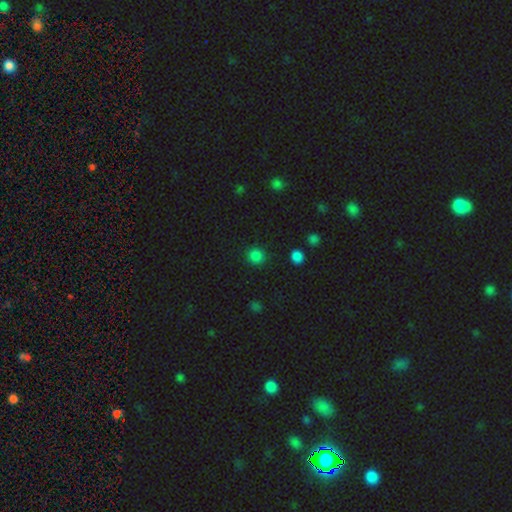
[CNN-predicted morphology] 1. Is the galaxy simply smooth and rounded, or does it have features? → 83% smooth, 14% star or artifact, 3% featured or disk.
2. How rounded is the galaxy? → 91% round, 8% in between, 1% cigar-shaped.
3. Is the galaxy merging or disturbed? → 90% none, 7% minor disturbance, 2% major disturbance, 2% merger.